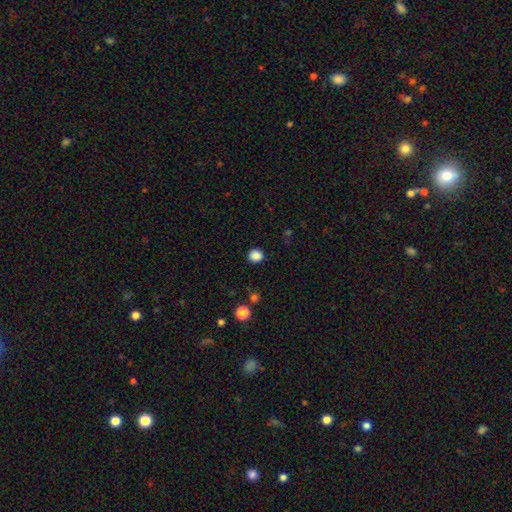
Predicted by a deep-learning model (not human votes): smooth-or-featured: smooth: 86% | star or artifact: 11% | featured or disk: 3%
  how-rounded: round: 84% | in between: 15% | cigar-shaped: 1%
  merging: none: 90% | minor disturbance: 6% | major disturbance: 2% | merger: 1%